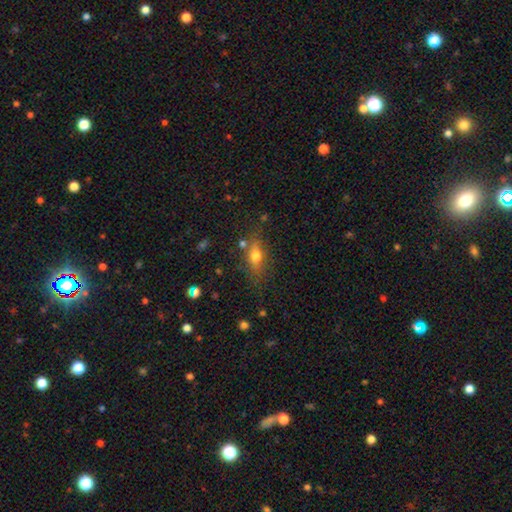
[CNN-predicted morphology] smooth 64%, featured or disk 24%, star or artifact 12%. Down the decision tree: how rounded — in between (68%); merging — none (70%).